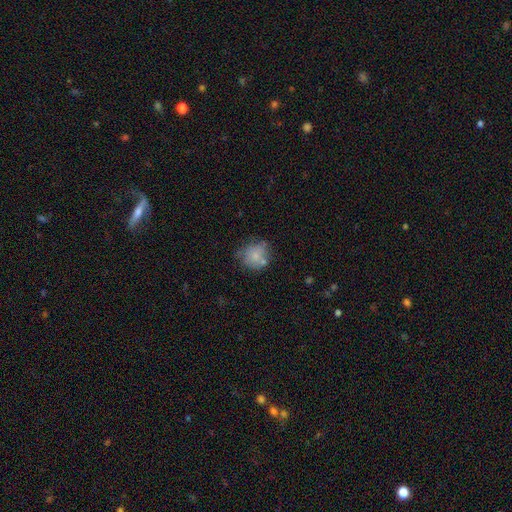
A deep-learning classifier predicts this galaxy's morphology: Smooth or featured?
  - smooth: 71% *
  - featured or disk: 19%
  - star or artifact: 9%
How rounded?
  - round: 73% *
  - in between: 26%
  - cigar-shaped: 1%
Merging?
  - none: 51% *
  - minor disturbance: 25%
  - merger: 14%
  - major disturbance: 10%